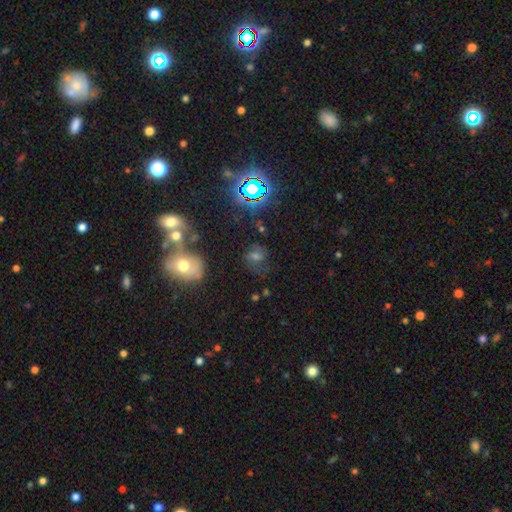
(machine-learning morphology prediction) The model was most divided on "smooth or featured": featured or disk: 41%, star or artifact: 32%, smooth: 27%. More confident: merging — none (60%).